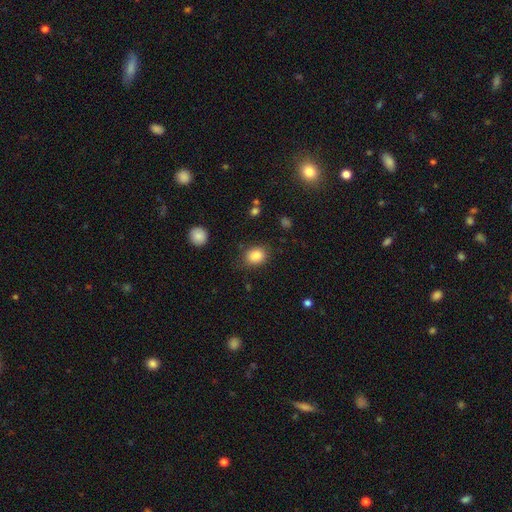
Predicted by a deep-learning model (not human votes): This appears to be a smooth galaxy with no disk features (85%) that is round (51%). Merging: none (80%).